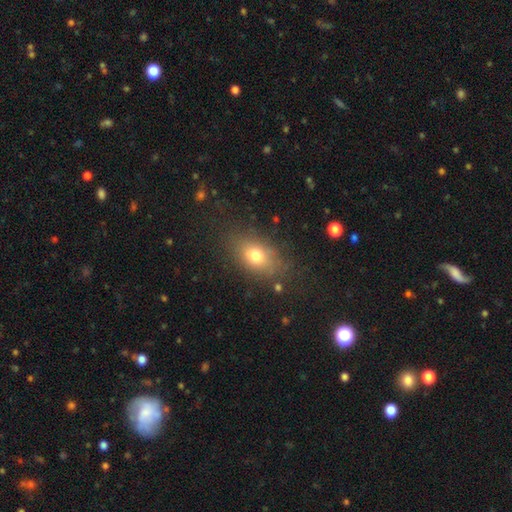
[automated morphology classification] Smooth or featured? Predicted: smooth (p=0.74). How rounded? Predicted: in between (p=0.78). Merging? Predicted: none (p=0.75).